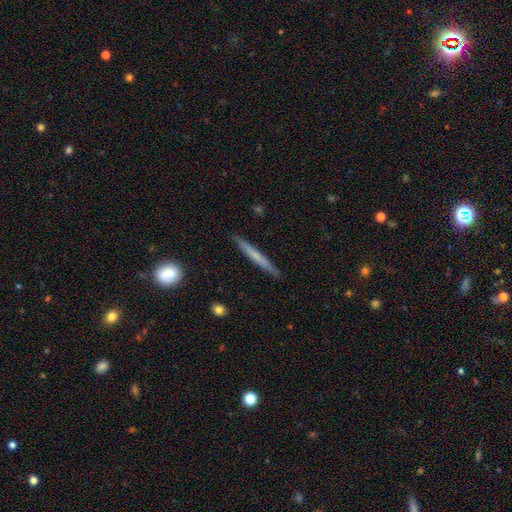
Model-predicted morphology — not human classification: Overall: smooth (55%; featured or disk 39%). How rounded: cigar-shaped (96%). Merging: none (89%).